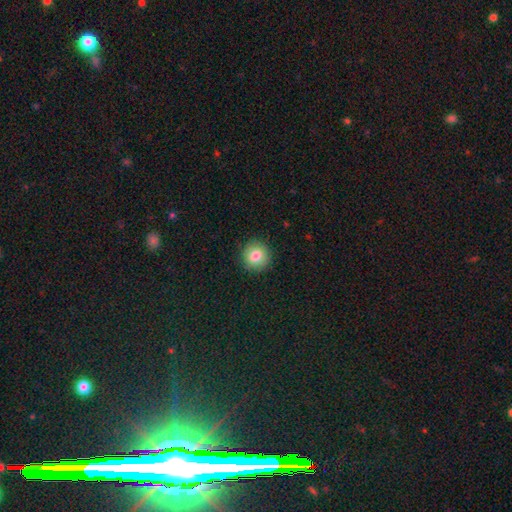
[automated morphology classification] type=smooth (83%); roundness=round (90%); merging=none (90%).